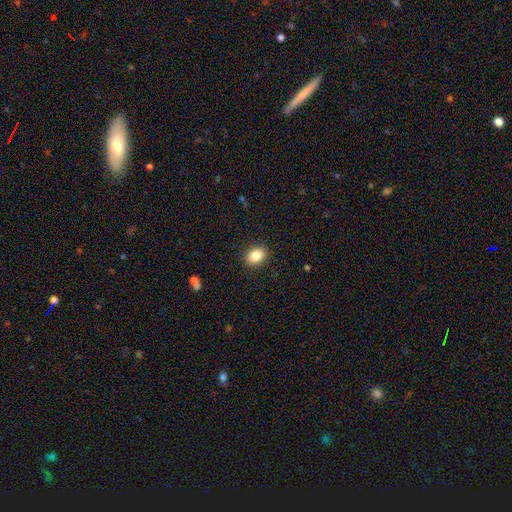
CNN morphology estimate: smooth-or-featured: smooth: 85% | star or artifact: 9% | featured or disk: 6%
  how-rounded: in between: 69% | round: 30% | cigar-shaped: 1%
  merging: none: 89% | minor disturbance: 8% | major disturbance: 2% | merger: 1%